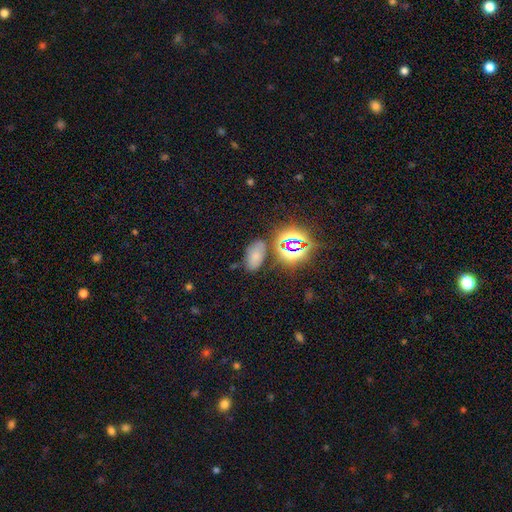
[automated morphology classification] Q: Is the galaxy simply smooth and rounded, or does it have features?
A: smooth — 59%.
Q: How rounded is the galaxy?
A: in between — 91%.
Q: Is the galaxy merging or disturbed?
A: none — 70%.